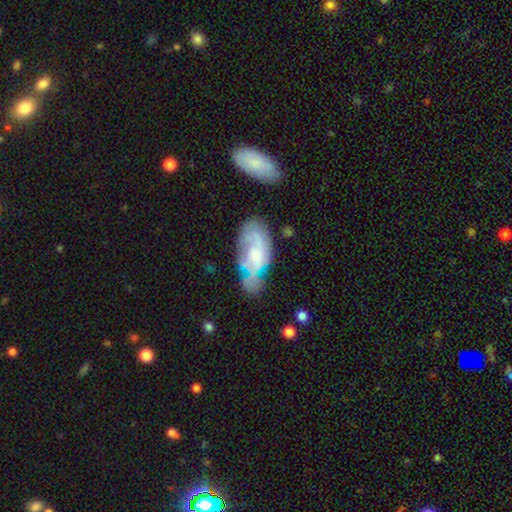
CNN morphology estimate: type=featured or disk (62%); edge-on=no (93%); bar=no (71%); spiral arms=yes (74%); bulge=small (60%); merging=none (43%).